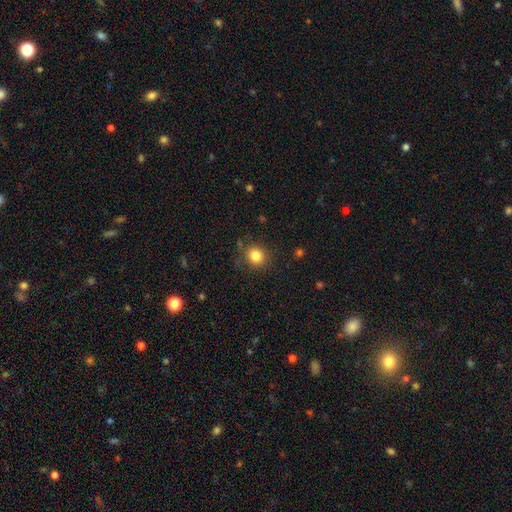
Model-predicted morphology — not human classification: type=smooth (83%); roundness=round (85%); merging=none (85%).